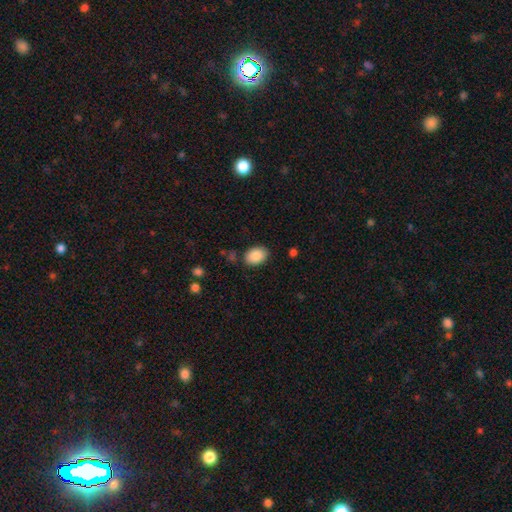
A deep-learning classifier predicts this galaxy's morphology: Q: Smooth or featured?
A: smooth (88%); runner-up: star or artifact (7%)
Q: How rounded?
A: in between (82%); runner-up: round (17%)
Q: Merging?
A: none (83%); runner-up: minor disturbance (11%)